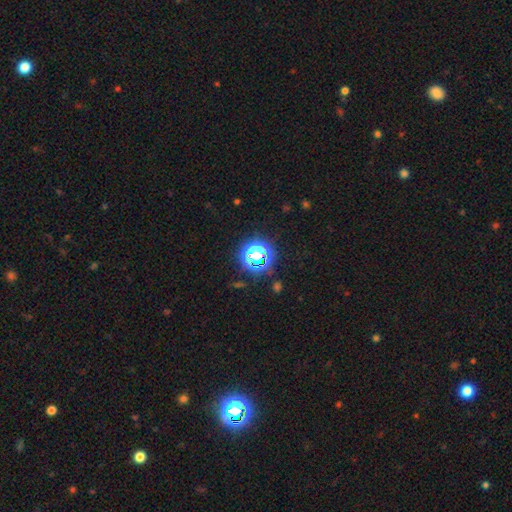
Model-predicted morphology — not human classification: smooth_or_featured: star or artifact (p=0.65) [alt: smooth p=0.25]